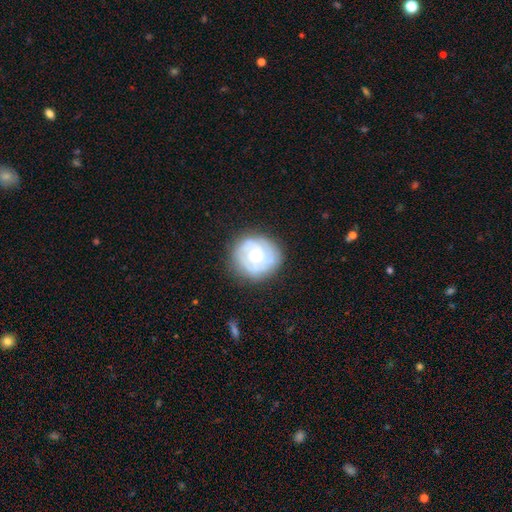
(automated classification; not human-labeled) Smooth or featured?
  - featured or disk: 74% *
  - smooth: 20%
  - star or artifact: 6%
Edge-on disk?
  - no: 98% *
  - yes: 2%
Bar?
  - no: 79% *
  - weak: 18%
  - strong: 3%
Spiral arms?
  - yes: 84% *
  - no: 16%
Spiral winding?
  - tight: 68% *
  - medium: 25%
  - loose: 7%
Spiral arm count?
  - can't tell: 37% *
  - 3: 25%
  - 2: 20%
  - 4: 8%
  - 1: 5%
  - more than 4: 5%
Bulge size?
  - moderate: 65% *
  - small: 29%
  - large: 5%
  - none: 1%
  - dominant: 1%
Merging?
  - none: 79% *
  - minor disturbance: 14%
  - major disturbance: 5%
  - merger: 1%